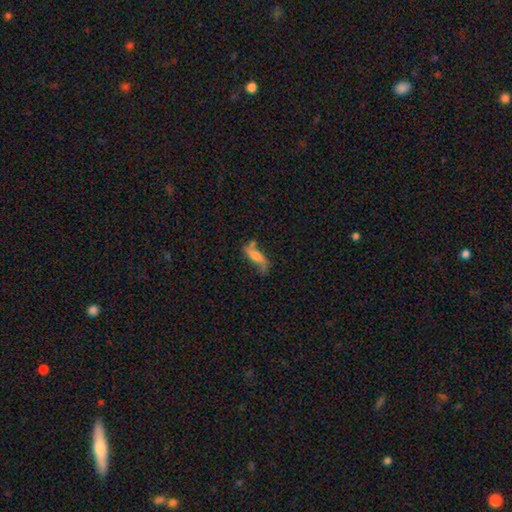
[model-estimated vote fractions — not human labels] smooth_or_featured: smooth (p=0.46) [alt: featured or disk p=0.45]
merging: none (p=0.45) [alt: minor disturbance p=0.24]